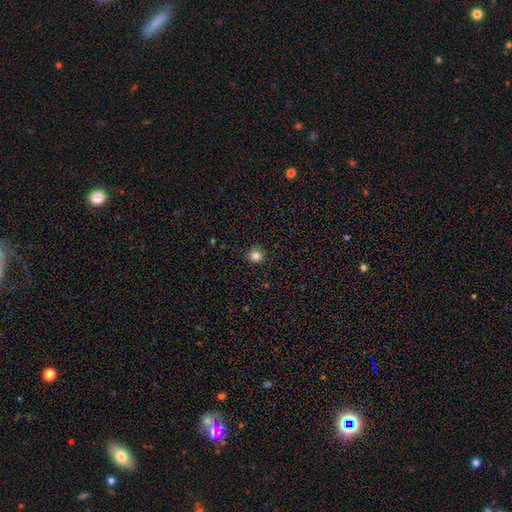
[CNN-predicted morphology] A smooth galaxy with no disk features (83%) that is round (93%). Merging: none (90%).